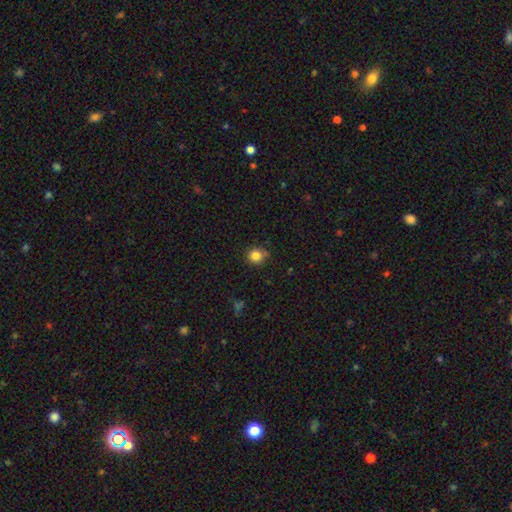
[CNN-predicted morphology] Q: Smooth or featured?
A: smooth (84%); runner-up: star or artifact (12%)
Q: How rounded?
A: round (90%); runner-up: in between (9%)
Q: Merging?
A: none (80%); runner-up: minor disturbance (14%)